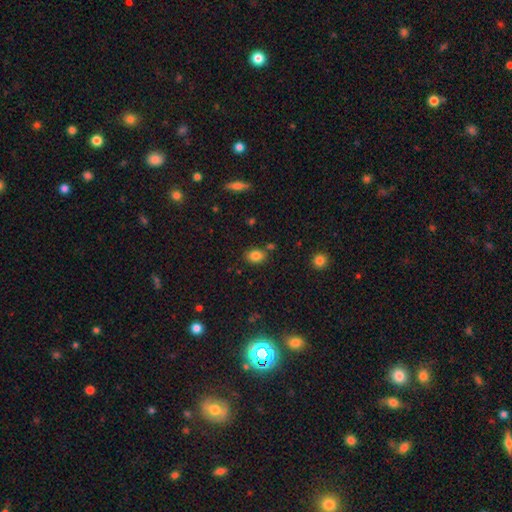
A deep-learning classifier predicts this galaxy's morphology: The model was most divided on "how rounded": in between: 66%, round: 32%, cigar-shaped: 1%. More confident: smooth or featured — smooth (83%); merging — none (78%).